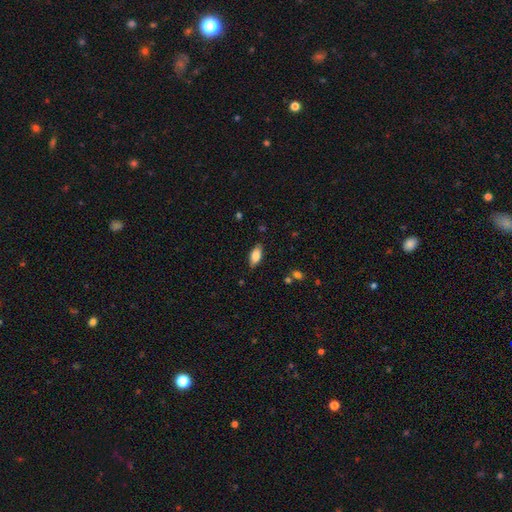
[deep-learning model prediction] smooth 79%, featured or disk 14%, star or artifact 7%. Down the decision tree: how rounded — in between (86%); merging — none (82%).